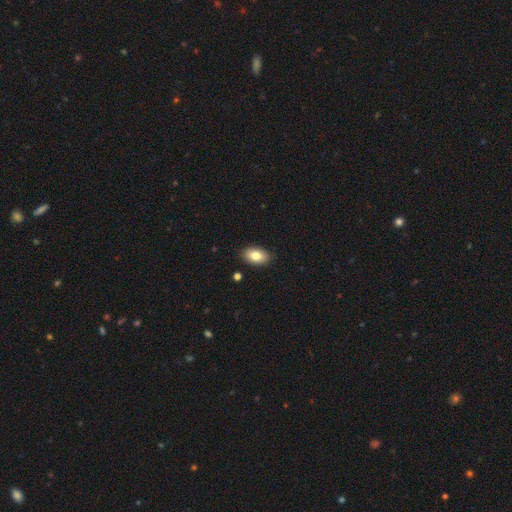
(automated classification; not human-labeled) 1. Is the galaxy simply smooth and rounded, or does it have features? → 81% smooth, 11% featured or disk, 7% star or artifact.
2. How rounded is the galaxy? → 92% in between, 6% round, 2% cigar-shaped.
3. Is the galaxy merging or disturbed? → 88% none, 9% minor disturbance, 2% major disturbance, 1% merger.